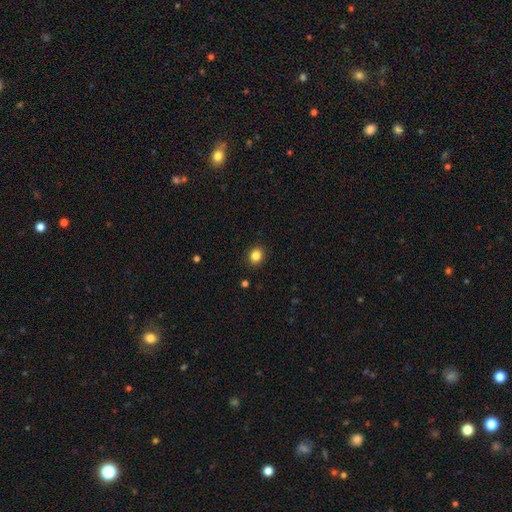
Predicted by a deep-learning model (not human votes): Smooth or featured? Predicted: smooth (p=0.84). How rounded? Predicted: round (p=0.71). Merging? Predicted: none (p=0.92).